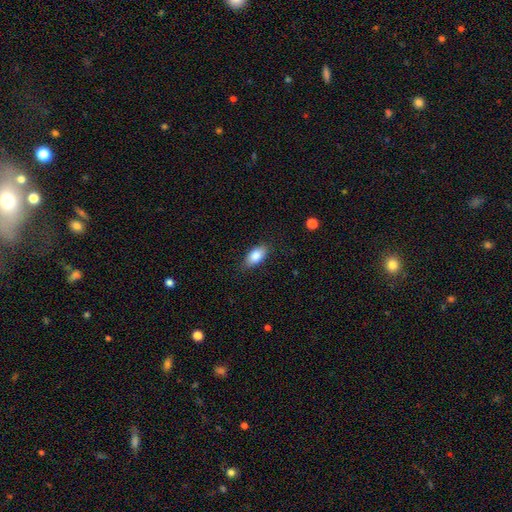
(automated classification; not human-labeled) Overall: smooth (86%). How rounded: in between (90%). Merging: none (83%).